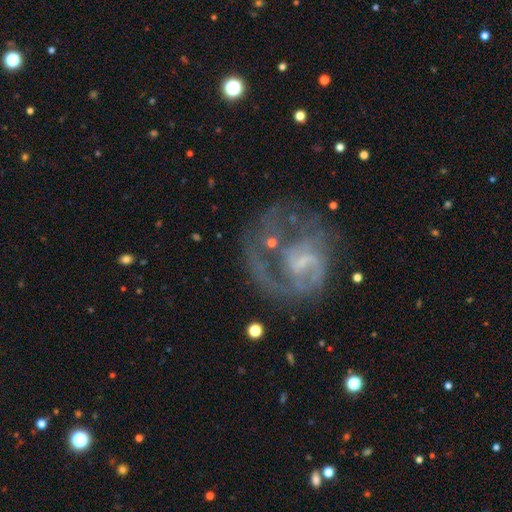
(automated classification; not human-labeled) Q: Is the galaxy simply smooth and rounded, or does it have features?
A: featured or disk — 72%.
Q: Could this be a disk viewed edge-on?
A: no — 98%.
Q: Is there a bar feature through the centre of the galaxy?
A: no — 56%.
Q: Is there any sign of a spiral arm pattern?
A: yes — 80%.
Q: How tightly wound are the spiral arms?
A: tight — 40%.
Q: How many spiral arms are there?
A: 1 — 44%.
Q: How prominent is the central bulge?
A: small — 47%.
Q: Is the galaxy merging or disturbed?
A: none — 52%.